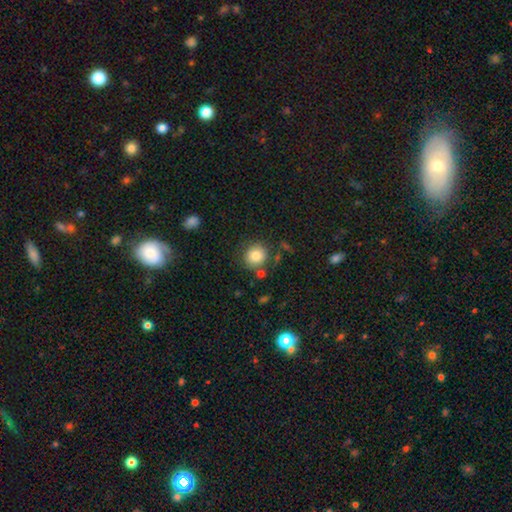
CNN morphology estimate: Overall: smooth (83%). How rounded: round (87%). Merging: none (79%).